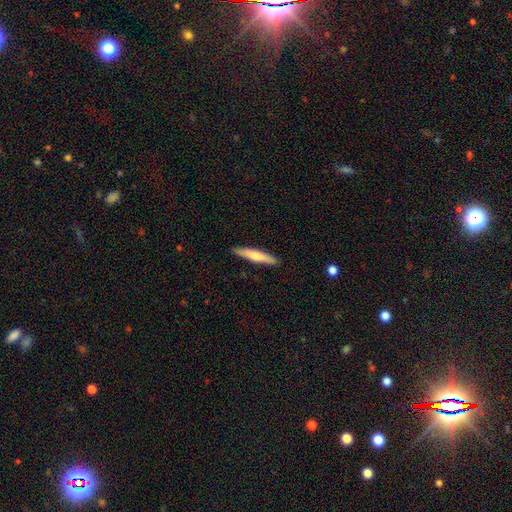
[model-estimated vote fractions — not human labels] Q: Smooth or featured?
A: smooth (61%); runner-up: featured or disk (34%)
Q: How rounded?
A: cigar-shaped (90%); runner-up: in between (8%)
Q: Merging?
A: none (90%); runner-up: minor disturbance (8%)